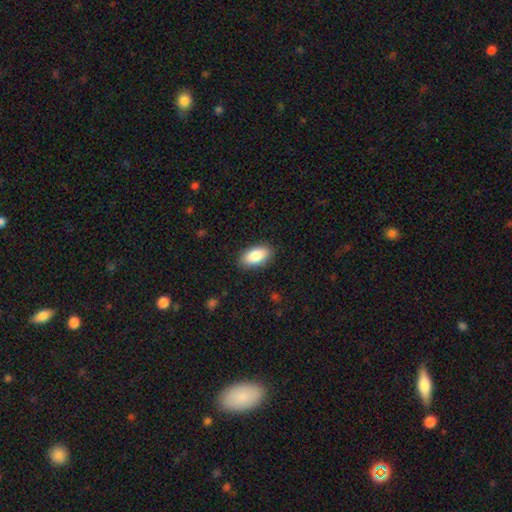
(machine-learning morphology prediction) Smooth or featured?
  - smooth: 87% *
  - featured or disk: 7%
  - star or artifact: 6%
How rounded?
  - in between: 93% *
  - cigar-shaped: 4%
  - round: 3%
Merging?
  - none: 88% *
  - minor disturbance: 9%
  - major disturbance: 2%
  - merger: 1%